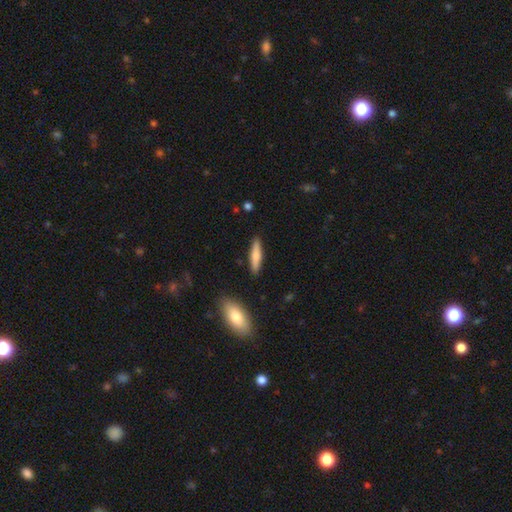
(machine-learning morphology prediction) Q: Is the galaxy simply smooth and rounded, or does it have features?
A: smooth — 75%.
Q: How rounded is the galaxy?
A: cigar-shaped — 79%.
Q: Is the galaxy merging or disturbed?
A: none — 88%.